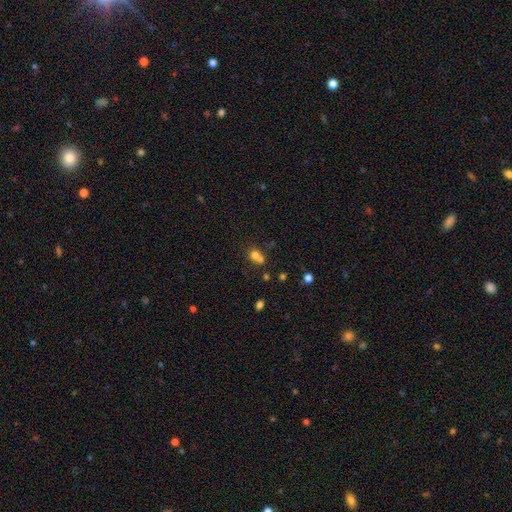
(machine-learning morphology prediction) smooth 70%, star or artifact 15%, featured or disk 14%. Down the decision tree: how rounded — round (69%); merging — merger (55%).